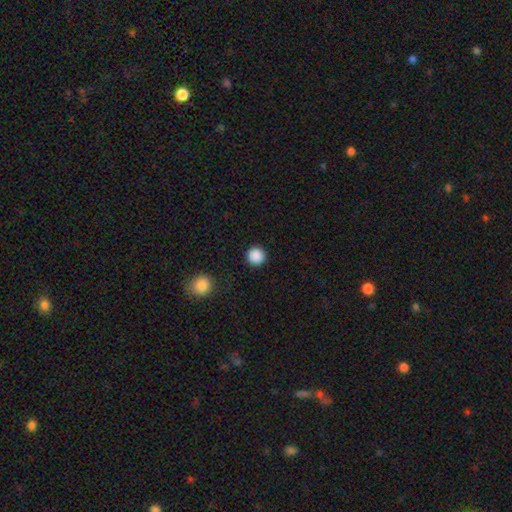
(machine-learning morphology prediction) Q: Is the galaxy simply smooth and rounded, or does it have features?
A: smooth — 88%.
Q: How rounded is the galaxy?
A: round — 96%.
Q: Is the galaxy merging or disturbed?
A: none — 92%.